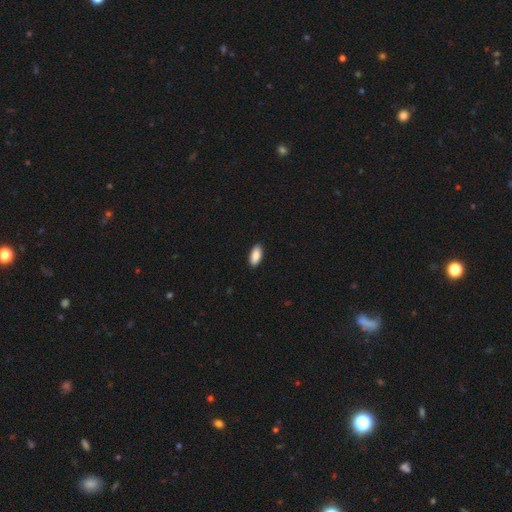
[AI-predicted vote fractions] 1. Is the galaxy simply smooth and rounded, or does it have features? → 89% smooth, 6% star or artifact, 5% featured or disk.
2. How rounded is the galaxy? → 91% in between, 7% cigar-shaped, 2% round.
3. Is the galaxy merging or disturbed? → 90% none, 7% minor disturbance, 1% major disturbance, 1% merger.